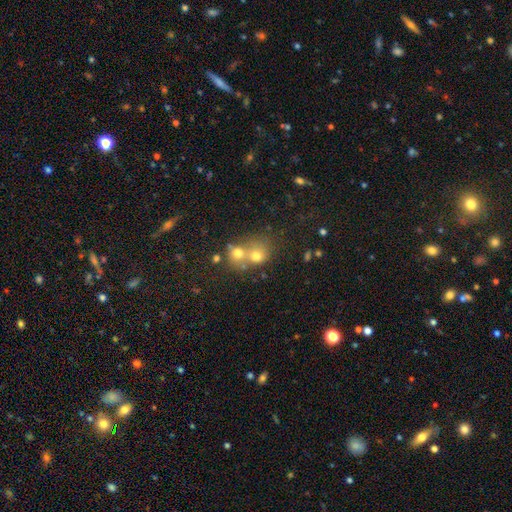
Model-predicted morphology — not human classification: Smooth or featured: smooth — 58% (star or artifact — 24%)
How rounded: round — 77% (in between — 21%)
Merging: merger — 53% (none — 38%)